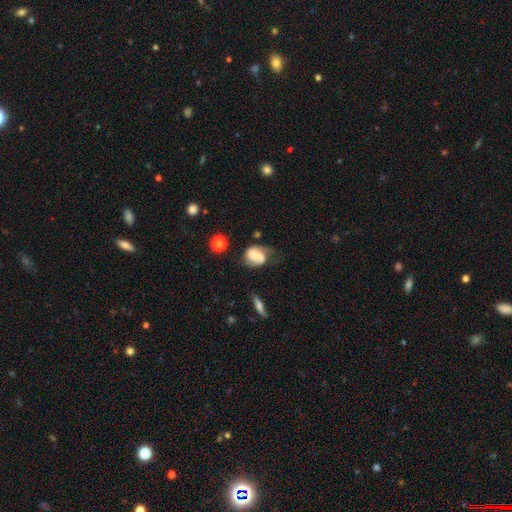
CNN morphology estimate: Smooth or featured? Predicted: featured or disk (p=0.52). Edge-on disk? Predicted: no (p=0.96). Bar? Predicted: weak (p=0.36). Spiral arms? Predicted: yes (p=0.86). Bulge size? Predicted: none (p=0.45). Merging? Predicted: none (p=0.49).